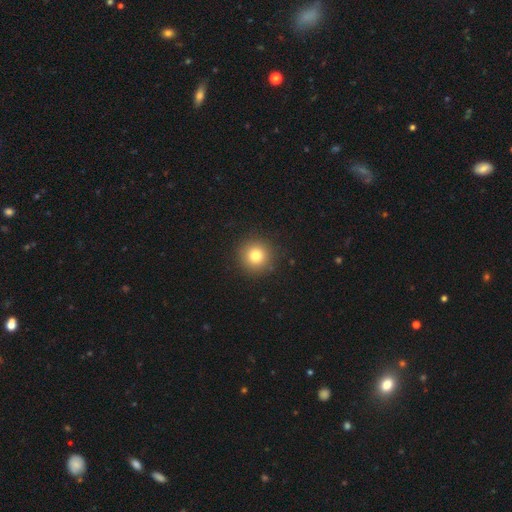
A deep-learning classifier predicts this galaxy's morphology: smooth-or-featured: smooth: 80% | star or artifact: 12% | featured or disk: 9%
  how-rounded: round: 95% | in between: 4% | cigar-shaped: 1%
  merging: none: 91% | minor disturbance: 6% | major disturbance: 2% | merger: 1%